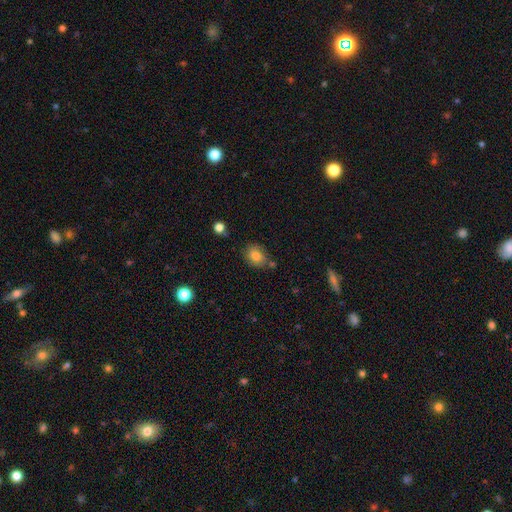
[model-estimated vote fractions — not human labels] smooth_or_featured: smooth (p=0.81) [alt: star or artifact p=0.10]
how_rounded: in between (p=0.56) [alt: round p=0.43]
merging: none (p=0.69) [alt: minor disturbance p=0.18]